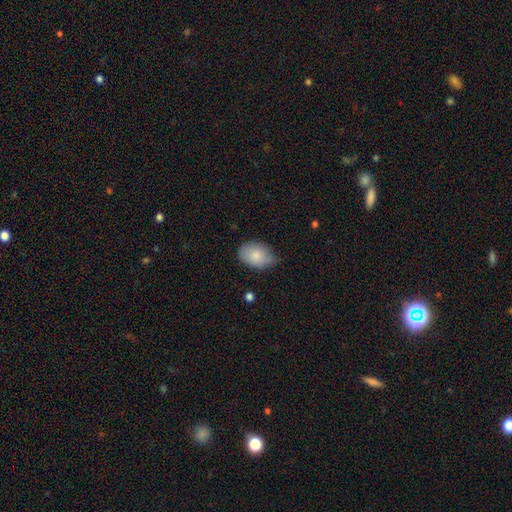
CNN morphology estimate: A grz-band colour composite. It shows a smooth galaxy with no disk features (82%) that is in between round and cigar-shaped (83%). Merging: none (59%).